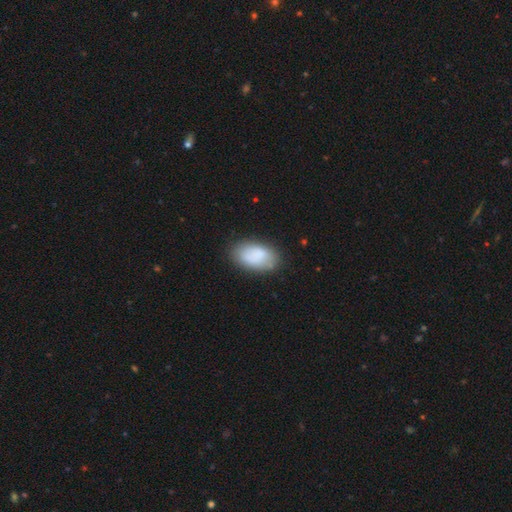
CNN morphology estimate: Smooth or featured? Predicted: smooth (p=0.78). How rounded? Predicted: in between (p=0.93). Merging? Predicted: none (p=0.77).